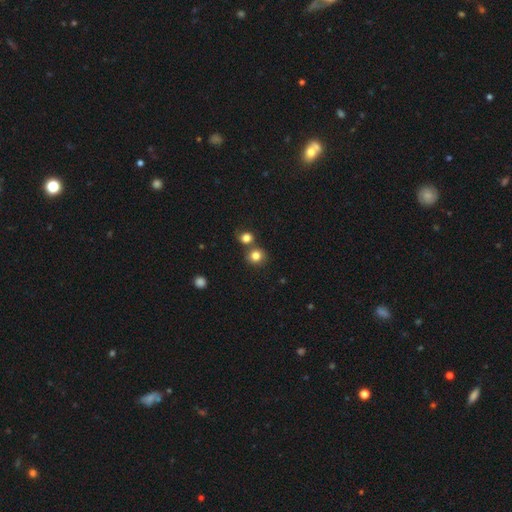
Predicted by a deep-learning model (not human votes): A smooth galaxy with no disk features (81%) that is round (83%). Merging: none (62%).